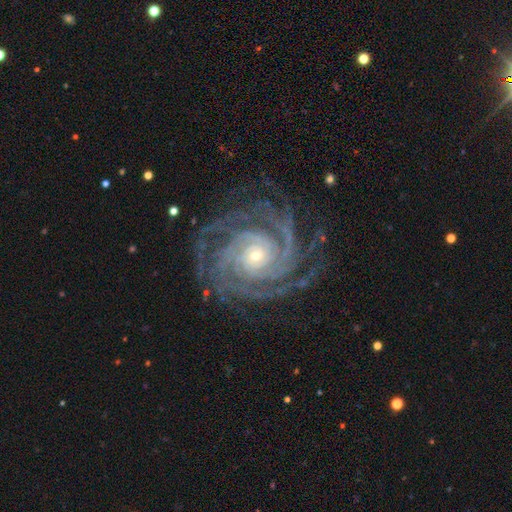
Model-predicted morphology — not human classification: Smooth or featured?
  - featured or disk: 93% *
  - star or artifact: 5%
  - smooth: 2%
Edge-on disk?
  - no: 98% *
  - yes: 2%
Bar?
  - no: 71% *
  - weak: 19%
  - strong: 10%
Spiral arms?
  - yes: 99% *
  - no: 1%
Spiral winding?
  - tight: 79% *
  - medium: 19%
  - loose: 2%
Spiral arm count?
  - 4: 27% *
  - more than 4: 21%
  - 3: 18%
  - can't tell: 13%
  - 2: 13%
  - 1: 8%
Bulge size?
  - small: 71% *
  - moderate: 24%
  - large: 2%
  - none: 1%
  - dominant: 1%
Merging?
  - none: 77% *
  - minor disturbance: 14%
  - major disturbance: 8%
  - merger: 1%